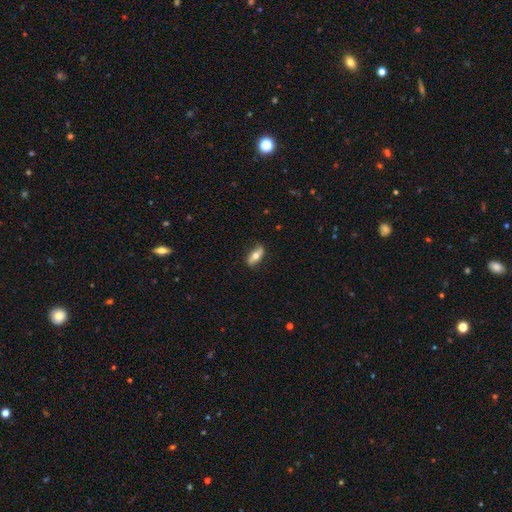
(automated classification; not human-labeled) smooth 59%, featured or disk 35%, star or artifact 6%. Down the decision tree: how rounded — in between (73%); merging — none (82%).